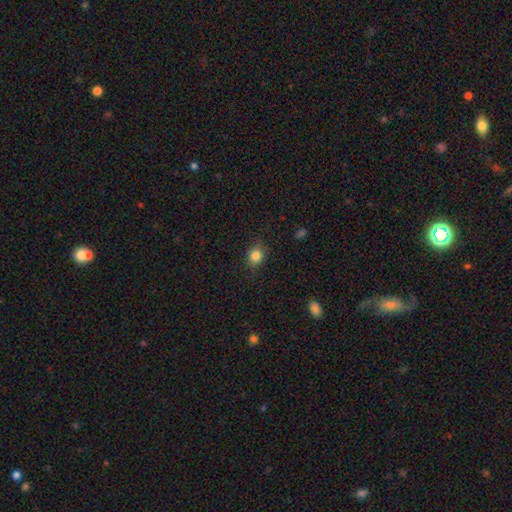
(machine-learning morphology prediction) Overall: smooth (83%). How rounded: round (72%). Merging: none (85%).